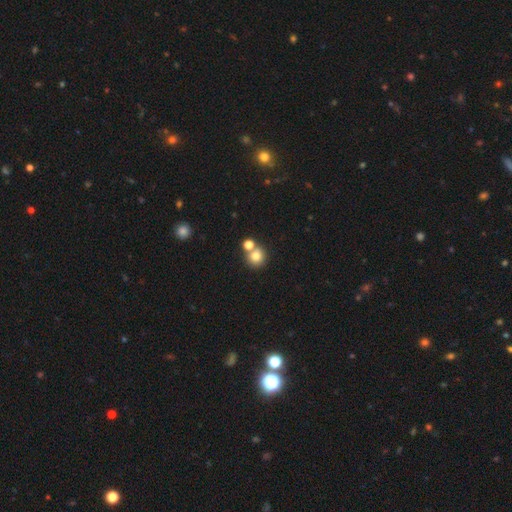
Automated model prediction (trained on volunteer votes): This is likely a smooth galaxy (77%). How rounded: clearly round (89%). Merging: possibly none (57%).